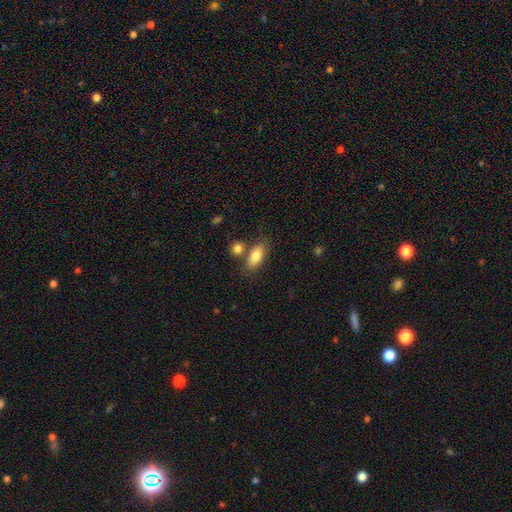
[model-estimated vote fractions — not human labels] This appears to be a smooth galaxy with no disk features (81%) that is in between round and cigar-shaped (85%). Merging: none (66%).